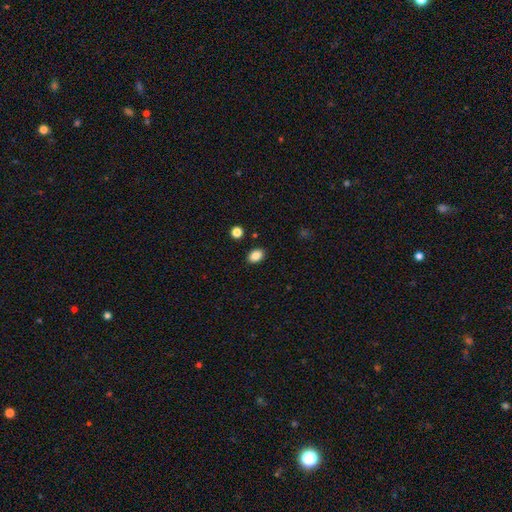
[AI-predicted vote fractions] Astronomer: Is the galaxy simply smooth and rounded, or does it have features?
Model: smooth — 86%.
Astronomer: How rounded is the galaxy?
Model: in between — 77%.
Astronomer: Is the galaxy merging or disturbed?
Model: none — 88%.